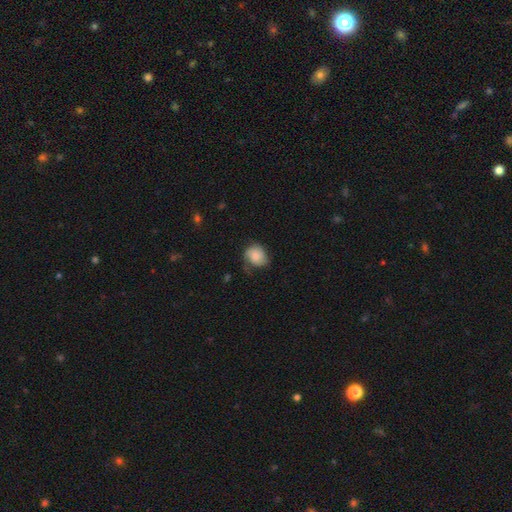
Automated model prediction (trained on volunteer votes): The model was most divided on "how rounded": round: 56%, in between: 43%, cigar-shaped: 1%. More confident: smooth or featured — smooth (65%); merging — none (55%).